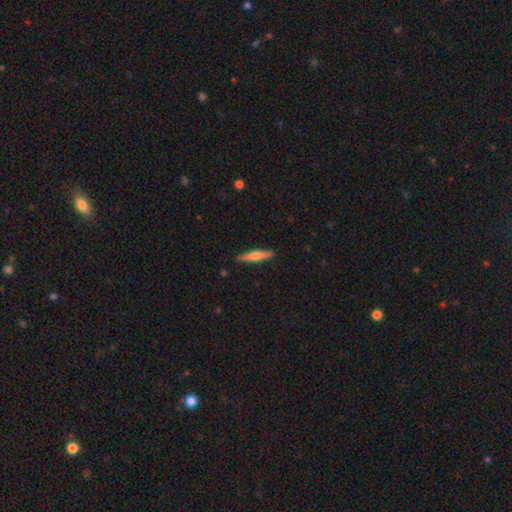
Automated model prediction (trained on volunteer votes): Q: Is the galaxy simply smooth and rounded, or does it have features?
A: smooth — 49%.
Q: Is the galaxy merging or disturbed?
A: none — 89%.